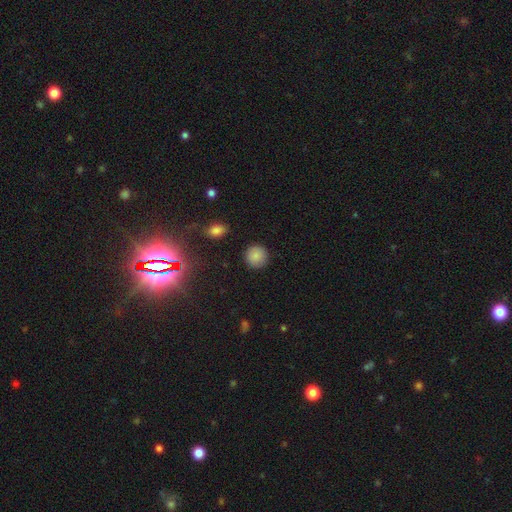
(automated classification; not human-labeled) smooth_or_featured: smooth (p=0.86) [alt: star or artifact p=0.10]
how_rounded: round (p=0.93) [alt: in between p=0.06]
merging: none (p=0.90) [alt: minor disturbance p=0.06]